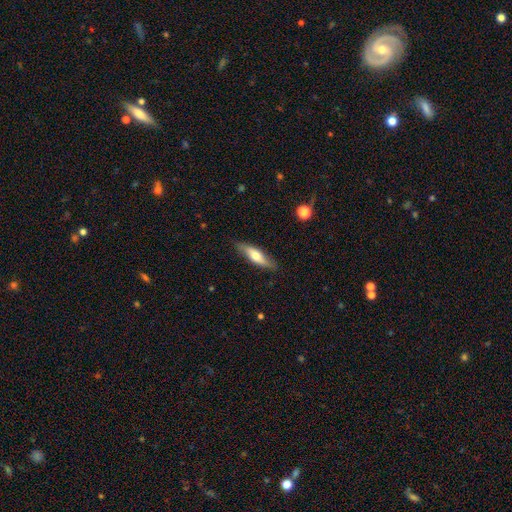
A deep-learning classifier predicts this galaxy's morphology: Smooth or featured? Predicted: smooth (p=0.60). How rounded? Predicted: cigar-shaped (p=0.59). Merging? Predicted: none (p=0.82).